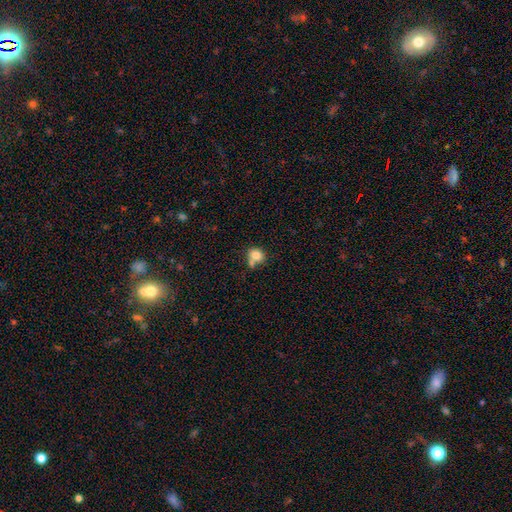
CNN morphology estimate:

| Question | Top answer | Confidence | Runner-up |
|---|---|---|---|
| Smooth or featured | smooth | 79% | featured or disk (11%) |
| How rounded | round | 61% | in between (38%) |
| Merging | none | 44% | merger (35%) |